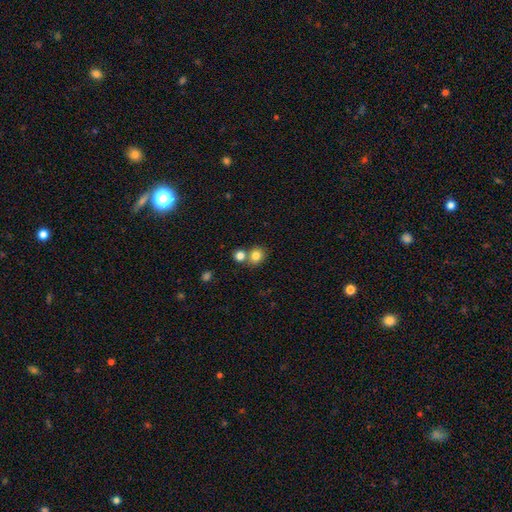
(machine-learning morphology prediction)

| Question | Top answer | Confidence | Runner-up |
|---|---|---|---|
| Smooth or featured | smooth | 82% | star or artifact (11%) |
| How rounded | round | 78% | in between (22%) |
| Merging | none | 55% | merger (35%) |